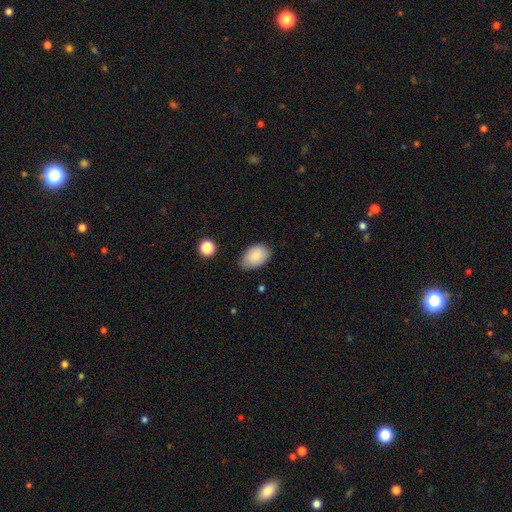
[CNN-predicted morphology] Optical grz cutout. It shows a smooth galaxy with no disk features (84%) that is in between round and cigar-shaped (87%). Merging: none (70%).